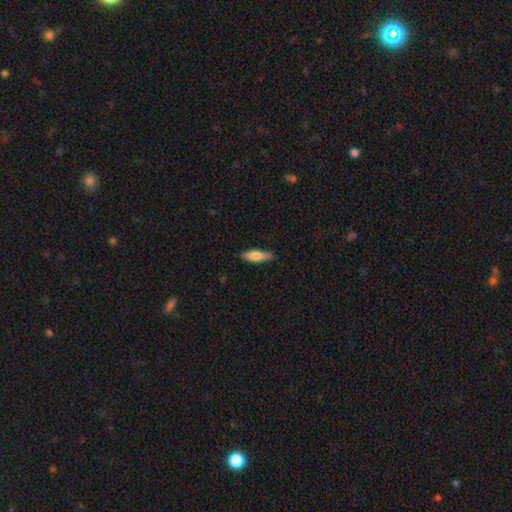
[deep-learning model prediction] Morphology: type=smooth (72%); roundness=cigar-shaped (60%); merging=none (86%).